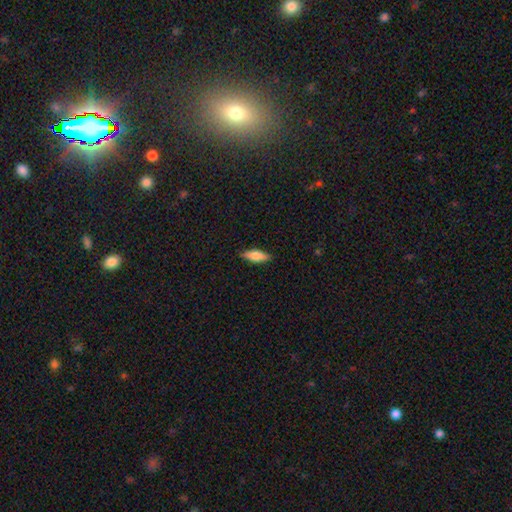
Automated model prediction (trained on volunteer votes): Smooth or featured?
  - smooth: 75% *
  - featured or disk: 19%
  - star or artifact: 6%
How rounded?
  - in between: 60% *
  - cigar-shaped: 38%
  - round: 2%
Merging?
  - none: 86% *
  - minor disturbance: 11%
  - major disturbance: 2%
  - merger: 1%